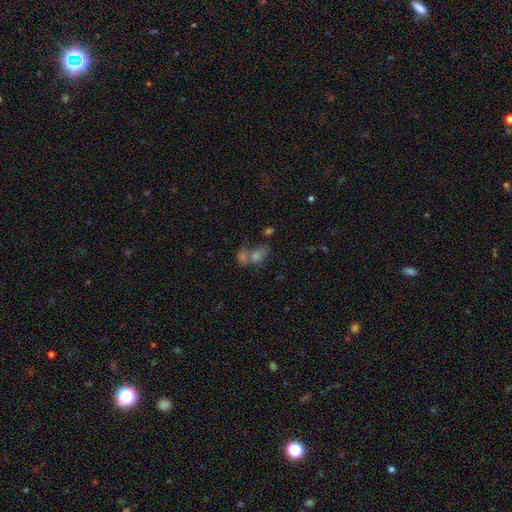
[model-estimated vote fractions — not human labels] This appears to be a smooth galaxy with no disk features (52%) that is in between round and cigar-shaped (58%). Merging: merger (49%).